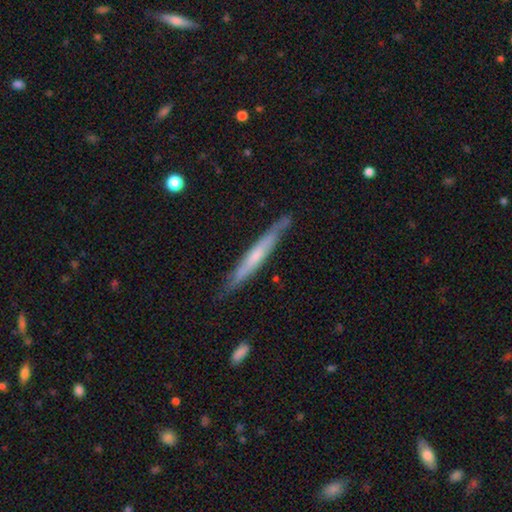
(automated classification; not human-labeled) featured or disk 55%, smooth 39%, star or artifact 6%. Down the decision tree: edge-on disk — yes (89%); merging — none (81%).